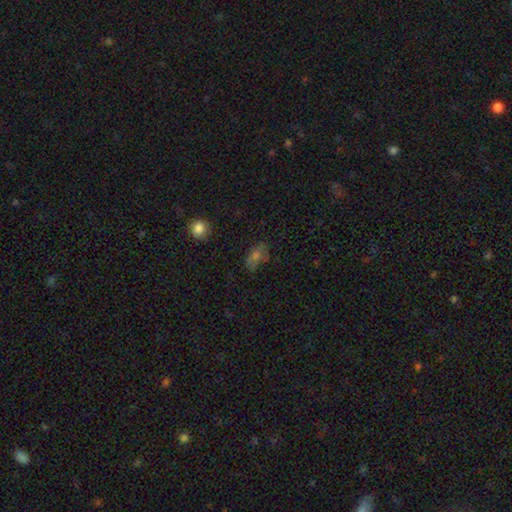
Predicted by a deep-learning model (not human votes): A smooth galaxy with no disk features (60%) that is in between round and cigar-shaped (80%).

Vote fractions:
- Smooth or featured? smooth: 60% / star or artifact: 21% / featured or disk: 19%
- How rounded? in between: 80% / round: 12% / cigar-shaped: 7%
- Merging? none: 69% / minor disturbance: 21% / major disturbance: 8% / merger: 3%